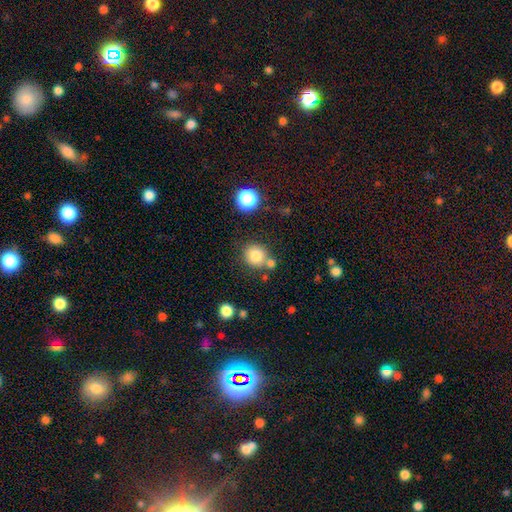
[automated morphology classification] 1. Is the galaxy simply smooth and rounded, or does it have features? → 81% smooth, 11% star or artifact, 8% featured or disk.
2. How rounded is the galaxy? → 88% round, 11% in between, 1% cigar-shaped.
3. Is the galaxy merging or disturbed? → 69% none, 17% merger, 11% minor disturbance, 4% major disturbance.